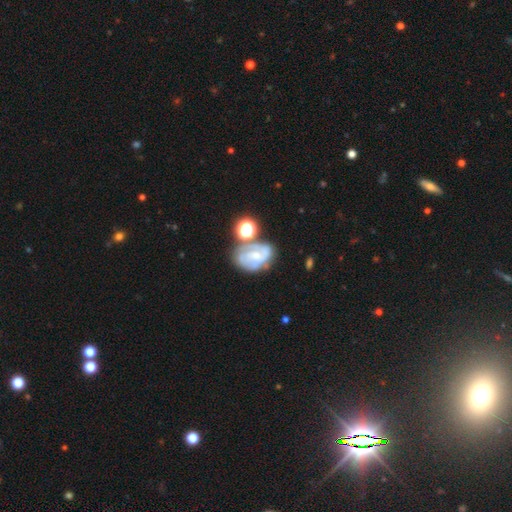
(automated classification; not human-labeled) Q: Smooth or featured?
A: featured or disk (67%); runner-up: smooth (22%)
Q: Edge-on disk?
A: no (97%); runner-up: yes (3%)
Q: Bar?
A: no (54%); runner-up: weak (36%)
Q: Spiral arms?
A: yes (82%); runner-up: no (18%)
Q: Spiral winding?
A: tight (43%); runner-up: medium (42%)
Q: Spiral arm count?
A: 2 (40%); runner-up: can't tell (33%)
Q: Bulge size?
A: small (63%); runner-up: moderate (28%)
Q: Merging?
A: none (46%); runner-up: minor disturbance (21%)